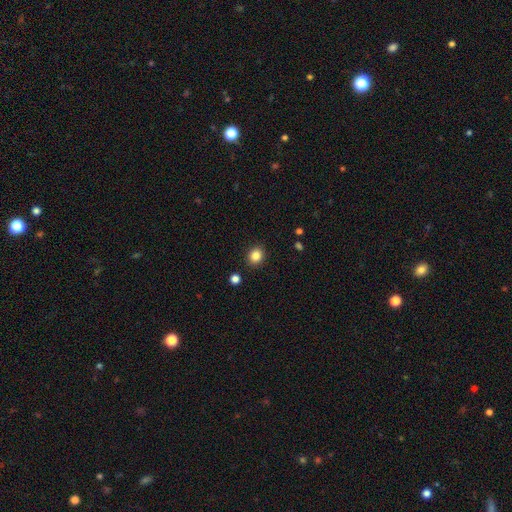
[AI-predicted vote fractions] This appears to be a smooth galaxy with no disk features (84%) that is round (75%). Merging: none (90%).